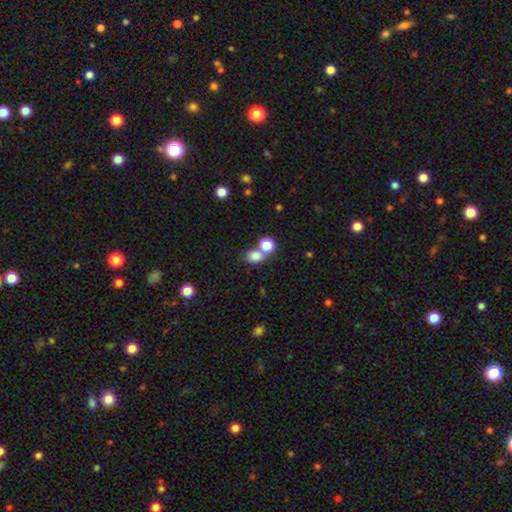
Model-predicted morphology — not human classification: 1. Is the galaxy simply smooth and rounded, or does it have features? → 80% smooth, 13% star or artifact, 7% featured or disk.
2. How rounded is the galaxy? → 50% round, 49% in between, 1% cigar-shaped.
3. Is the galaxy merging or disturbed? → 49% none, 37% merger, 9% minor disturbance, 4% major disturbance.